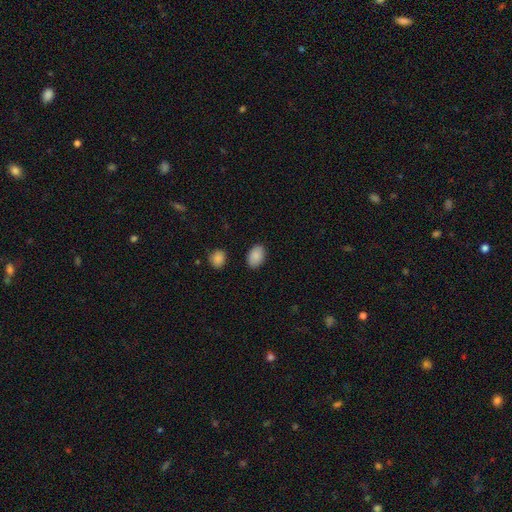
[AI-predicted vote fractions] smooth_or_featured: smooth (p=0.88) [alt: star or artifact p=0.07]
how_rounded: in between (p=0.88) [alt: round p=0.11]
merging: none (p=0.87) [alt: minor disturbance p=0.09]